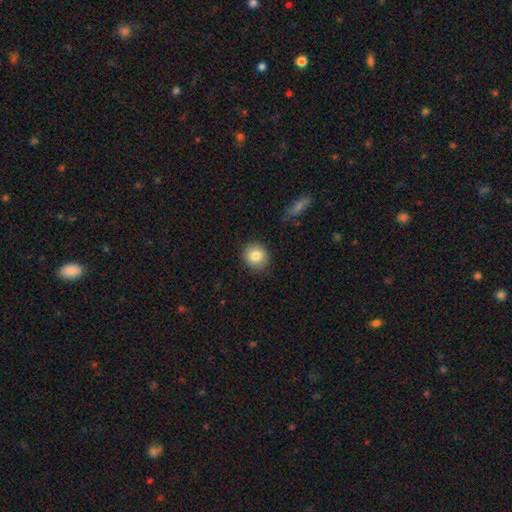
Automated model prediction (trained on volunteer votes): Smooth or featured?
  - smooth: 83% *
  - star or artifact: 9%
  - featured or disk: 8%
How rounded?
  - round: 82% *
  - in between: 17%
  - cigar-shaped: 1%
Merging?
  - none: 87% *
  - minor disturbance: 9%
  - major disturbance: 2%
  - merger: 1%